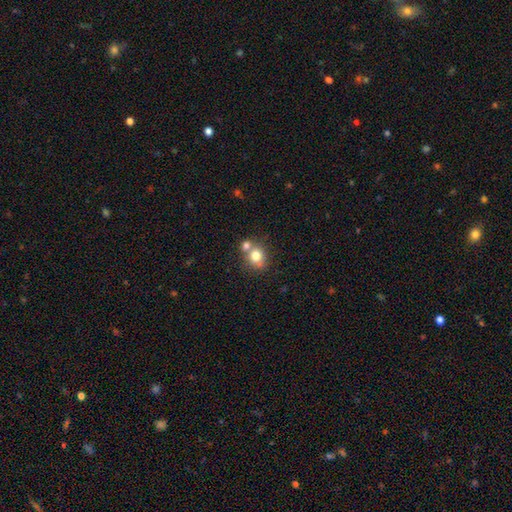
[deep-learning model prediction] Smooth or featured: smooth — 77% (featured or disk — 12%)
How rounded: round — 73% (in between — 26%)
Merging: none — 49% (merger — 37%)